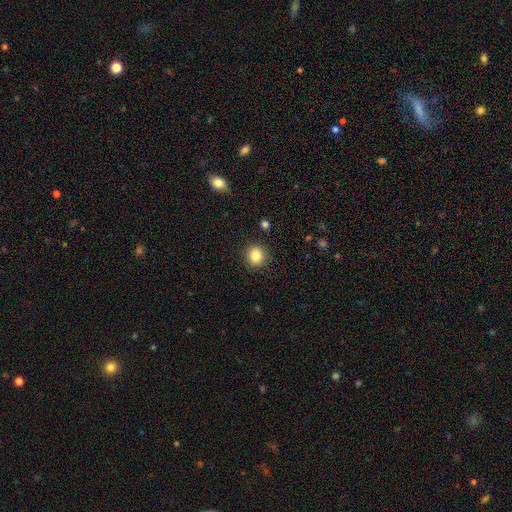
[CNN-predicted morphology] This is clearly a smooth galaxy (85%). How rounded: clearly round (86%). Merging: clearly none (89%).